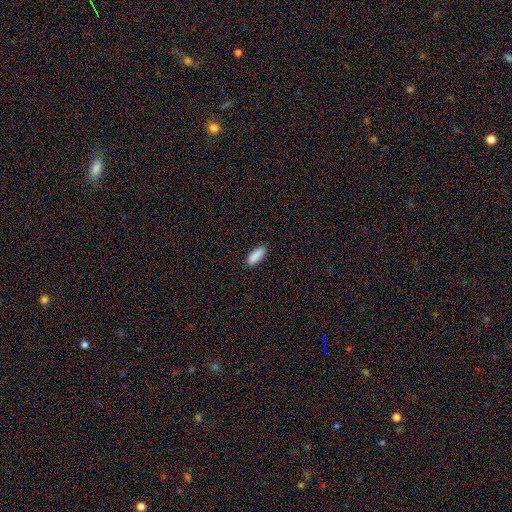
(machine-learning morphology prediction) smooth-or-featured: smooth: 90% | star or artifact: 6% | featured or disk: 3%
  how-rounded: in between: 69% | cigar-shaped: 30% | round: 2%
  merging: none: 90% | minor disturbance: 8% | major disturbance: 2% | merger: 1%